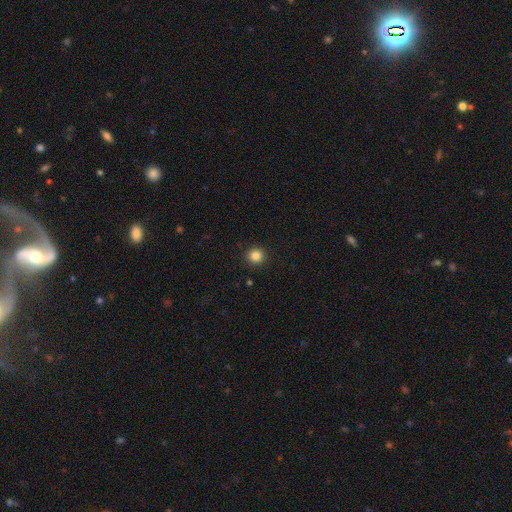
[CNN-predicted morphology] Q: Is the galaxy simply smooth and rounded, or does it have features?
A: smooth — 84%.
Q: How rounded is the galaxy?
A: round — 94%.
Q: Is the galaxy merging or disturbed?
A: none — 92%.